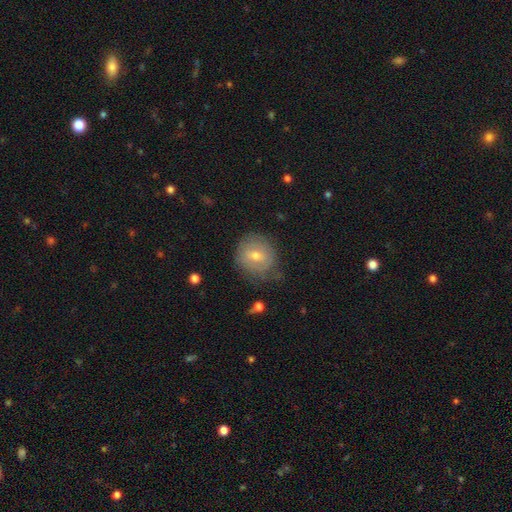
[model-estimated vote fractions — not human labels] This is possibly a smooth galaxy (48%). Merging: likely none (68%).